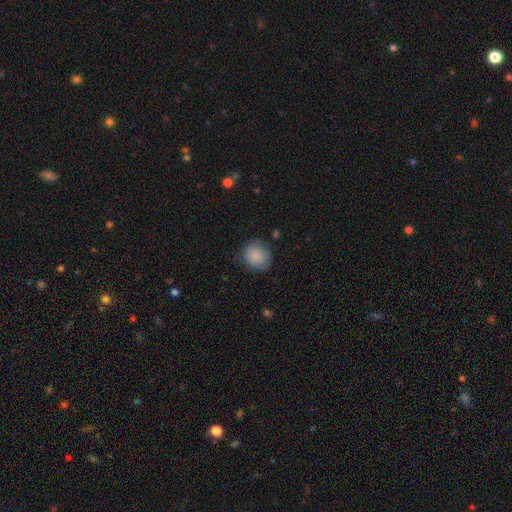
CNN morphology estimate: Smooth or featured? Predicted: smooth (p=0.87). How rounded? Predicted: round (p=0.88). Merging? Predicted: none (p=0.81).